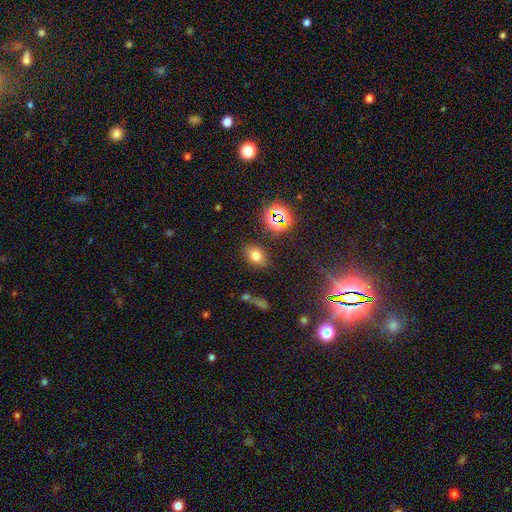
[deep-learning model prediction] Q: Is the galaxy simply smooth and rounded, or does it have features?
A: smooth — 68%.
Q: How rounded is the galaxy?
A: in between — 76%.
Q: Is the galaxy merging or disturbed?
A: none — 81%.